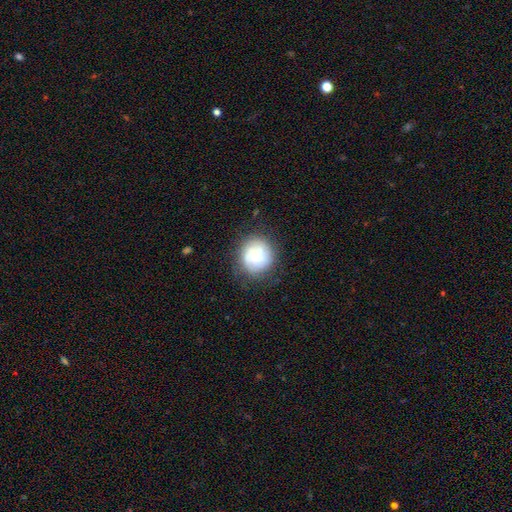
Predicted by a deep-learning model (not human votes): Smooth or featured?
  - smooth: 66% *
  - featured or disk: 25%
  - star or artifact: 9%
How rounded?
  - round: 88% *
  - in between: 11%
  - cigar-shaped: 1%
Merging?
  - none: 74% *
  - minor disturbance: 17%
  - major disturbance: 7%
  - merger: 2%